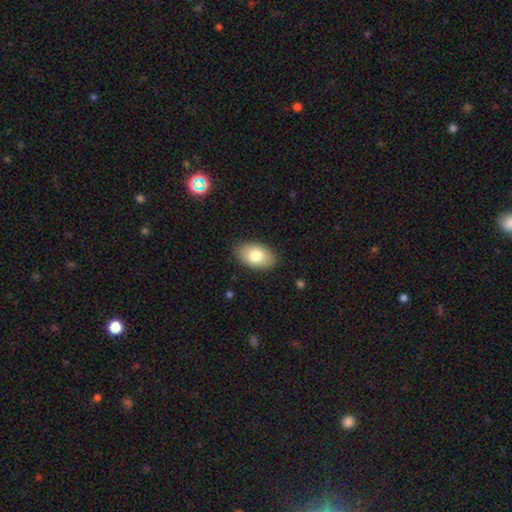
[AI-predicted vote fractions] smooth 79%, featured or disk 14%, star or artifact 7%. Down the decision tree: how rounded — in between (91%); merging — none (87%).